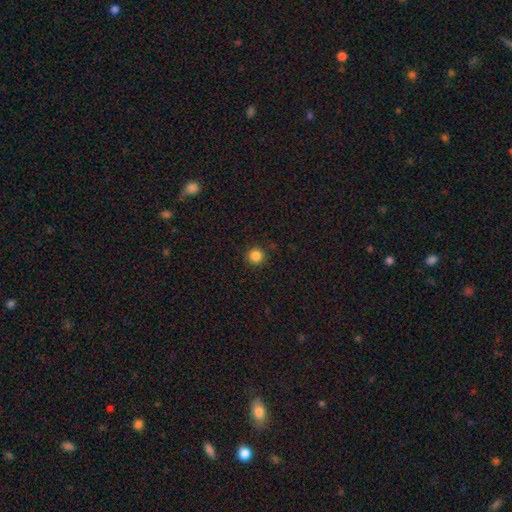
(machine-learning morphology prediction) Smooth or featured? Predicted: smooth (p=0.85). How rounded? Predicted: round (p=0.95). Merging? Predicted: none (p=0.91).